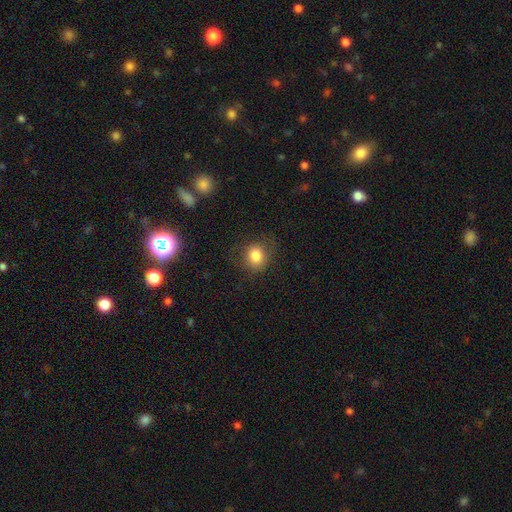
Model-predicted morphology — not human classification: The model was most divided on "how rounded": round: 73%, in between: 26%, cigar-shaped: 1%. More confident: smooth or featured — smooth (82%); merging — none (74%).